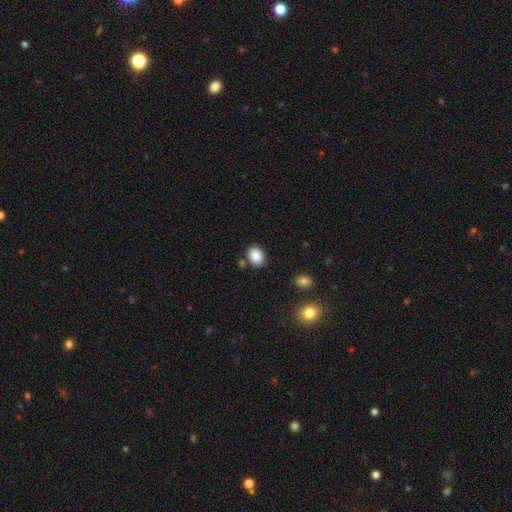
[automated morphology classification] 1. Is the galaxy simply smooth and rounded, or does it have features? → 88% smooth, 8% star or artifact, 3% featured or disk.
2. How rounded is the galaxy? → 64% in between, 35% round, 1% cigar-shaped.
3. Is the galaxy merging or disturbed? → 80% none, 11% minor disturbance, 5% merger, 3% major disturbance.